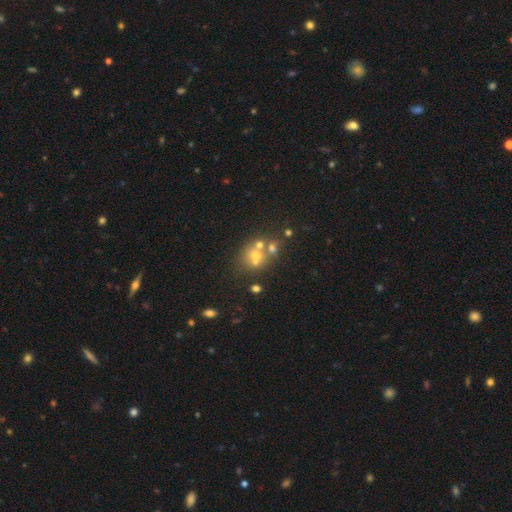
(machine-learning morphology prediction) Overall: smooth (49%; featured or disk 29%). Merging: merger (44%; none 41%).